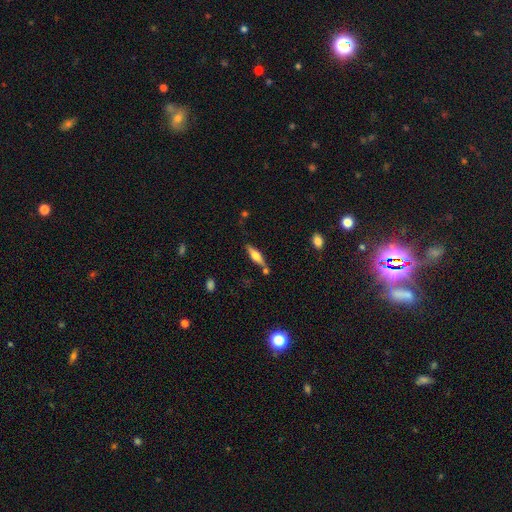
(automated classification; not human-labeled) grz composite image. It shows a featured or disk galaxy (52%) viewed edge-on (93%). Merging: none (75%).